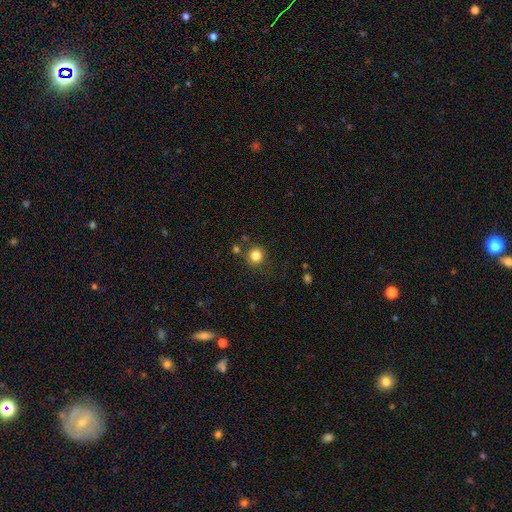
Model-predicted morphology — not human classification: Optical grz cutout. It shows a smooth galaxy with no disk features (83%) that is round (92%). Merging: none (82%).